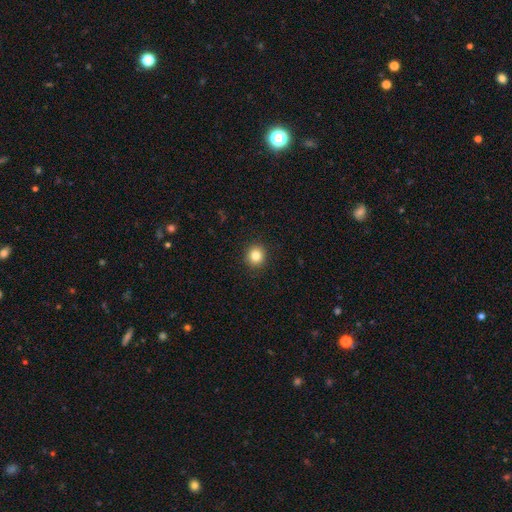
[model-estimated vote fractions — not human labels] A smooth galaxy with no disk features (83%) that is round (86%). Merging: none (92%).